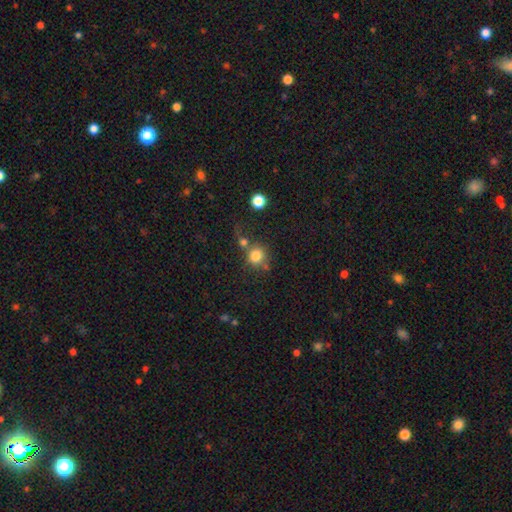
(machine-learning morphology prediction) A smooth galaxy with no disk features (81%) that is round (85%). Merging: none (54%).